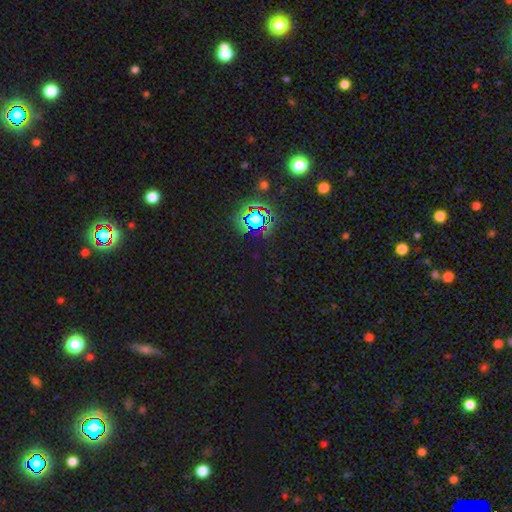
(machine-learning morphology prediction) This appears to be a star or artifact, not a galaxy (73%).